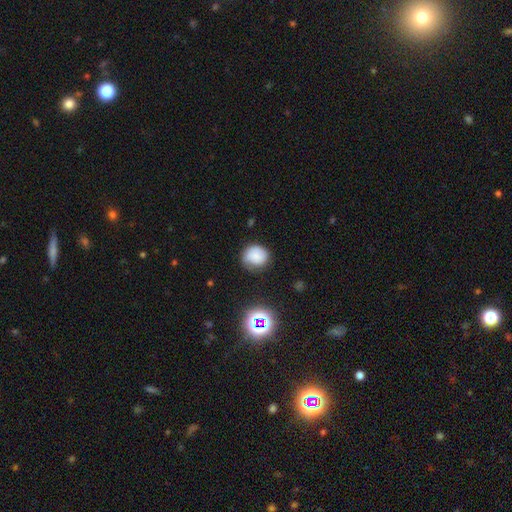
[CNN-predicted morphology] Smooth or featured: smooth — 73% (featured or disk — 15%)
How rounded: round — 77% (in between — 22%)
Merging: none — 67% (minor disturbance — 24%)